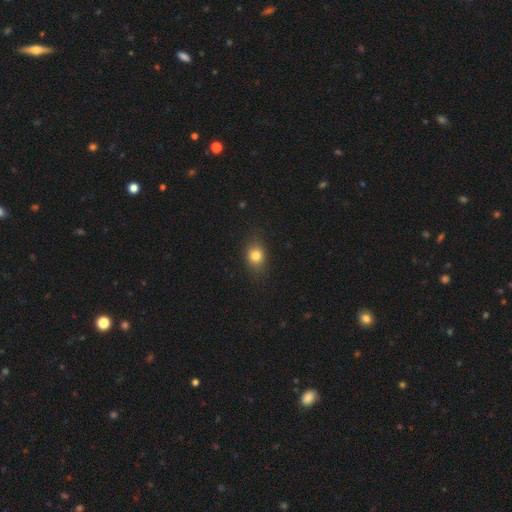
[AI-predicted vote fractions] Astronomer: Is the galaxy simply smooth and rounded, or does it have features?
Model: smooth — 80%.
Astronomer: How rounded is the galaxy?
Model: in between — 53% (runner-up: round, 45%).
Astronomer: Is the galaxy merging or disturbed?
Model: none — 79%.